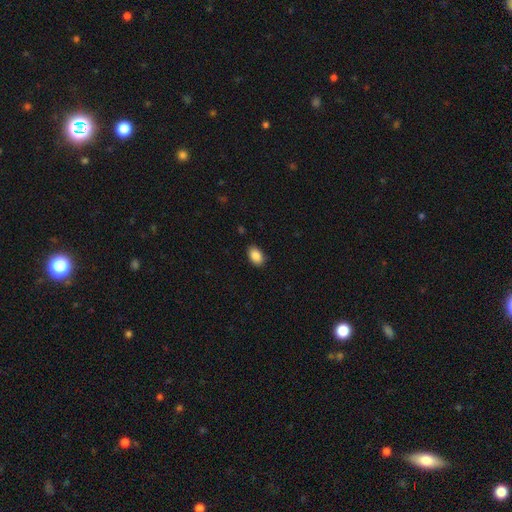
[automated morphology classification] The model was most divided on "merging": none: 86%, minor disturbance: 11%, major disturbance: 2%, merger: 1%. More confident: how rounded — in between (89%); smooth or featured — smooth (89%).